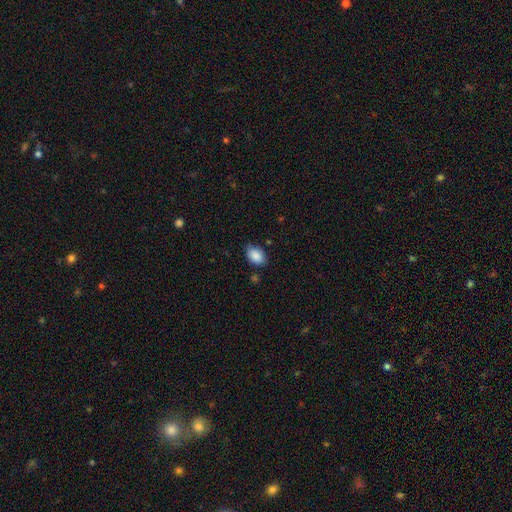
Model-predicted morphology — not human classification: Q: Smooth or featured?
A: smooth (89%); runner-up: star or artifact (7%)
Q: How rounded?
A: in between (87%); runner-up: round (12%)
Q: Merging?
A: none (77%); runner-up: minor disturbance (18%)